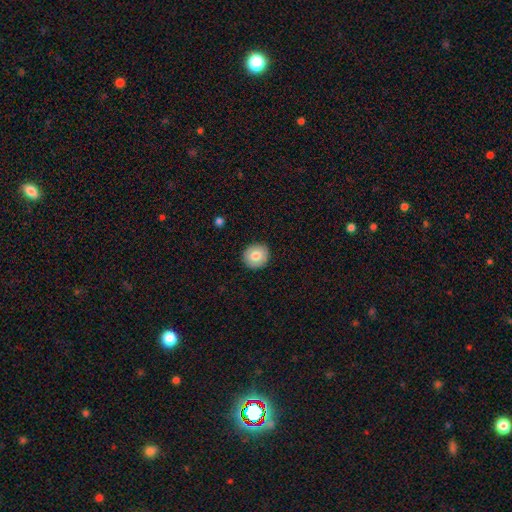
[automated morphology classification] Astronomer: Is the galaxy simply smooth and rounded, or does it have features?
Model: smooth — 79%.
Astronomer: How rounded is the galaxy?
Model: round — 89%.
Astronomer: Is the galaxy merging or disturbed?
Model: none — 91%.